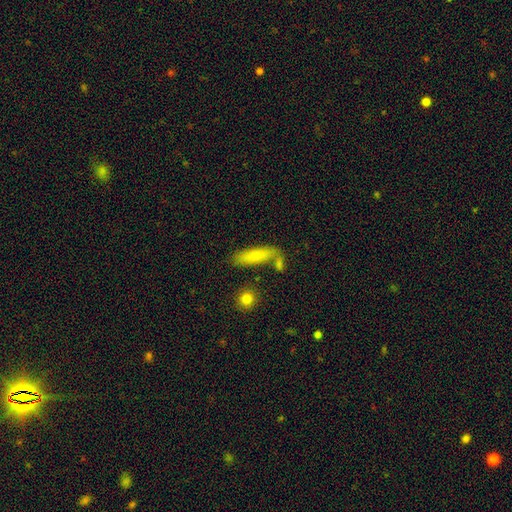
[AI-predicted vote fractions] Smooth or featured: smooth — 78% (featured or disk — 14%)
How rounded: cigar-shaped — 59% (in between — 38%)
Merging: none — 64% (minor disturbance — 16%)